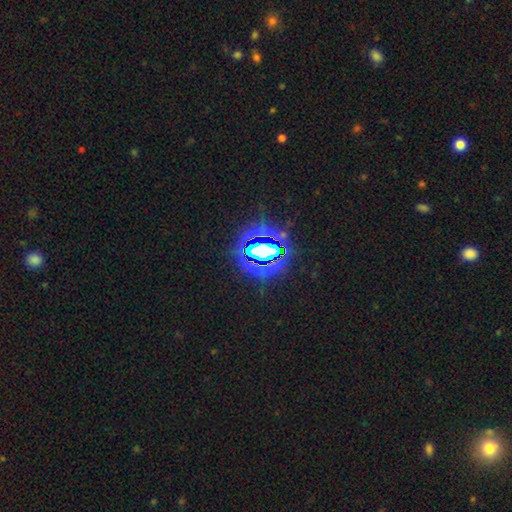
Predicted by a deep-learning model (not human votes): smooth-or-featured: star or artifact: 75% | featured or disk: 12% | smooth: 12%